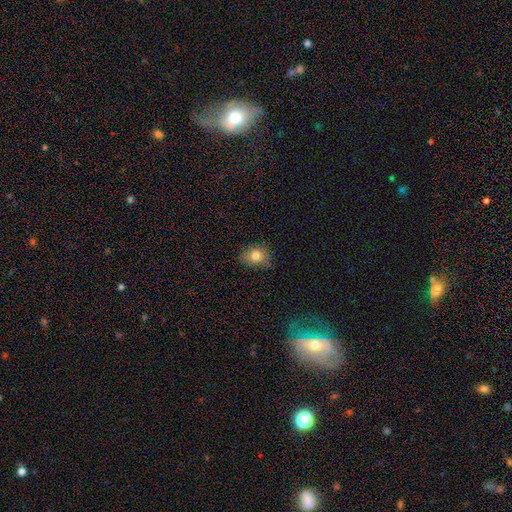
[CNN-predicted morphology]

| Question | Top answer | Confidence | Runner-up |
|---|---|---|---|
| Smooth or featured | smooth | 79% | star or artifact (11%) |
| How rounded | round | 56% | in between (42%) |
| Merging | none | 74% | minor disturbance (20%) |